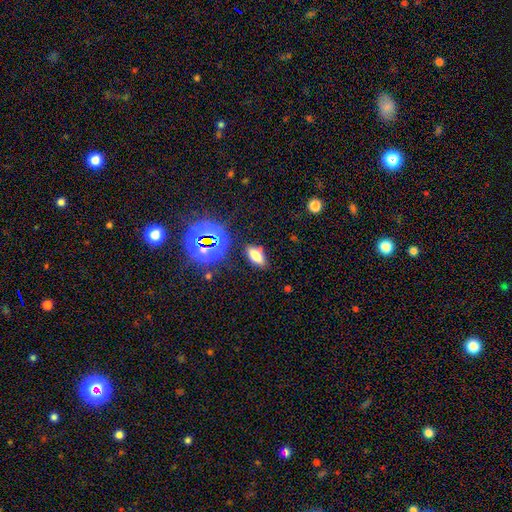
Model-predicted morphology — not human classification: Smooth or featured: smooth — 69% (star or artifact — 21%)
How rounded: in between — 83% (cigar-shaped — 11%)
Merging: none — 82% (minor disturbance — 11%)